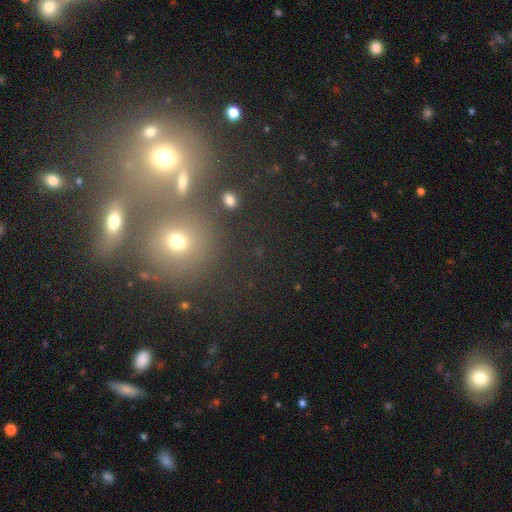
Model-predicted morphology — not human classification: type=star or artifact (44%).